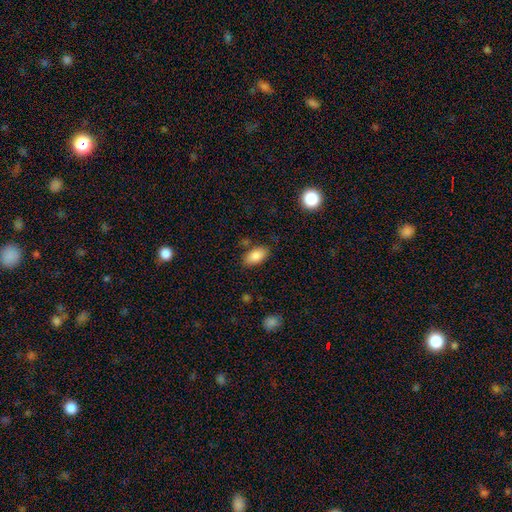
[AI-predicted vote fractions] smooth 84%, featured or disk 8%, star or artifact 8%. Down the decision tree: how rounded — in between (92%); merging — none (79%).